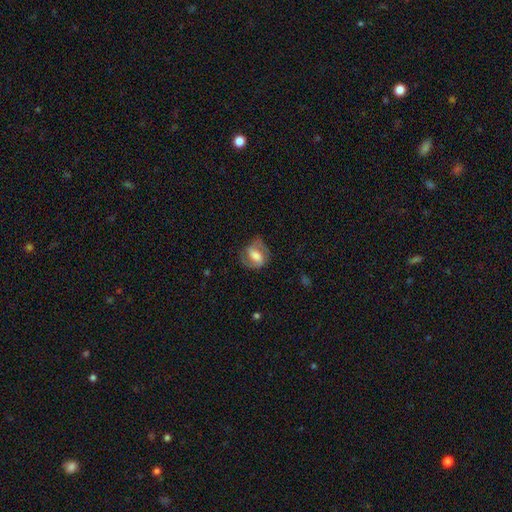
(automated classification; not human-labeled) Overall: featured or disk (59%; smooth 33%). Edge-on disk: no (96%). Bar: weak (41%; strong 33%). Spiral arms: yes (83%). Bulge size: large (37%; moderate 35%). Merging: none (63%).